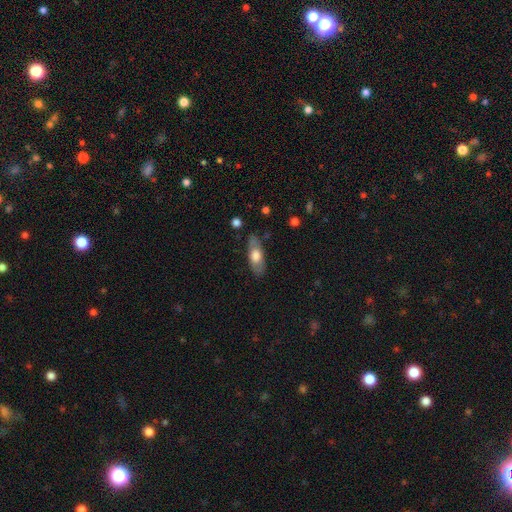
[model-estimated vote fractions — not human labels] Overall: smooth (61%; featured or disk 33%). How rounded: in between (77%). Merging: none (77%).